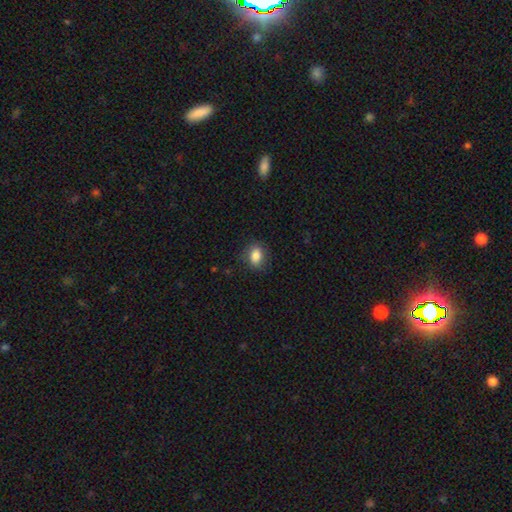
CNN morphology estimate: smooth_or_featured: smooth (p=0.84) [alt: star or artifact p=0.08]
how_rounded: in between (p=0.73) [alt: round p=0.25]
merging: none (p=0.80) [alt: minor disturbance p=0.15]